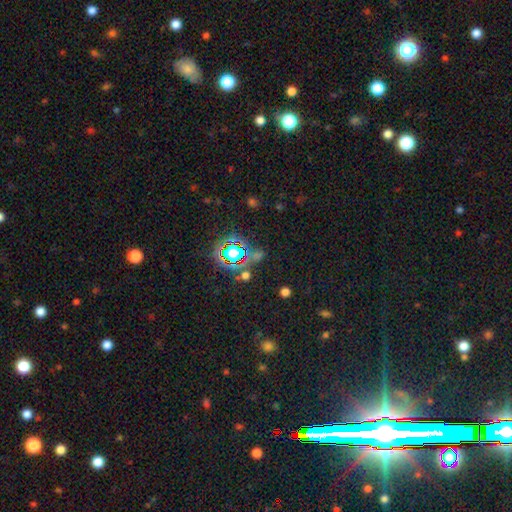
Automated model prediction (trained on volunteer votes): A star or artifact, not a galaxy (70%).